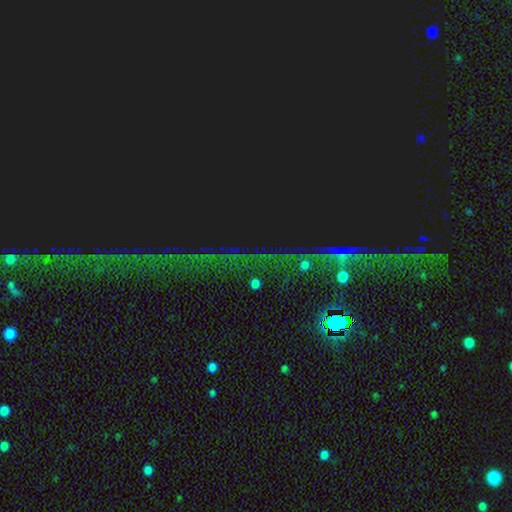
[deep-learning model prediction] A star or artifact, not a galaxy (86%).